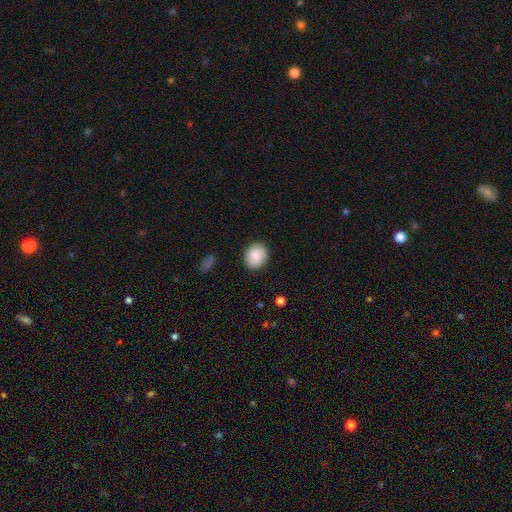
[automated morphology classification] Smooth or featured?
  - smooth: 85% *
  - featured or disk: 8%
  - star or artifact: 7%
How rounded?
  - round: 59% *
  - in between: 40%
  - cigar-shaped: 1%
Merging?
  - none: 87% *
  - minor disturbance: 9%
  - major disturbance: 2%
  - merger: 1%